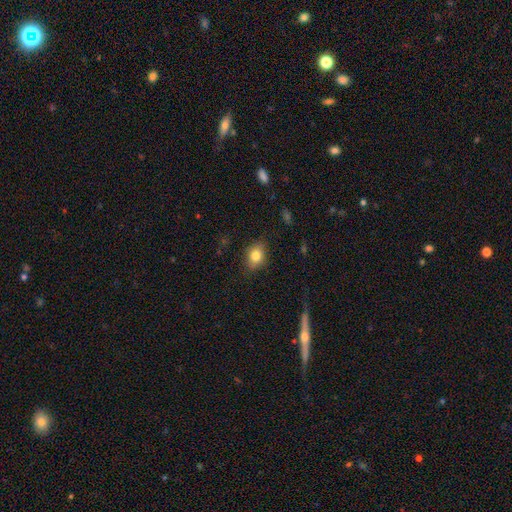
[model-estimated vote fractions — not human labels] Smooth or featured? smooth (81%)
How rounded? in between (64%)
Merging? none (82%)